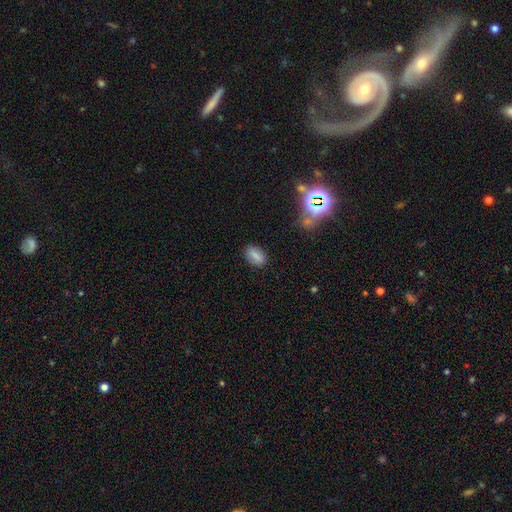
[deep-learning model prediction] A smooth galaxy with no disk features (81%) that is in between round and cigar-shaped (87%). Merging: none (86%).